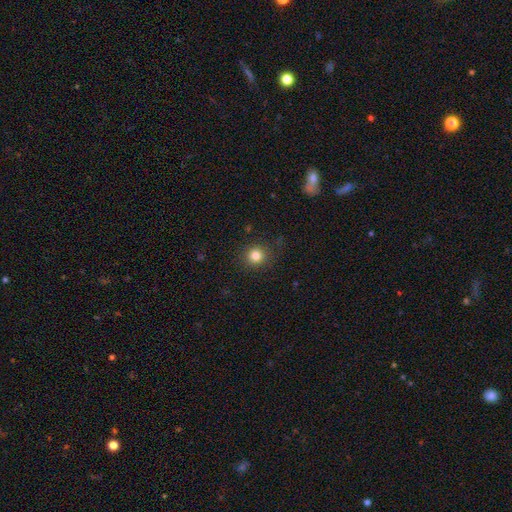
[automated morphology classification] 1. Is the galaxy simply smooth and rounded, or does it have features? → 82% smooth, 13% star or artifact, 6% featured or disk.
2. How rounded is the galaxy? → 90% round, 9% in between, 1% cigar-shaped.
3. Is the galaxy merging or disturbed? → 88% none, 8% minor disturbance, 3% major disturbance, 1% merger.